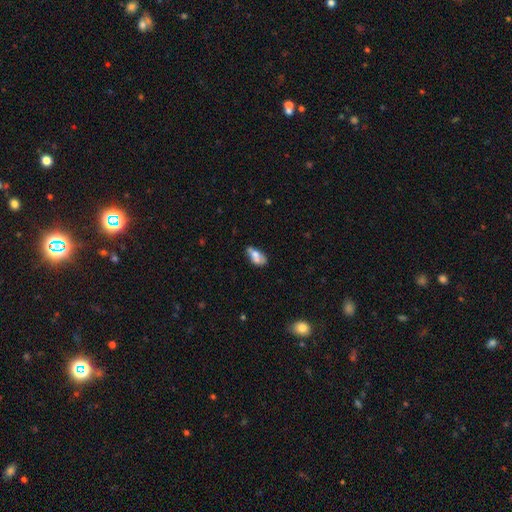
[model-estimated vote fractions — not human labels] Morphology: type=smooth (58%); roundness=in between (86%); merging=none (36%).